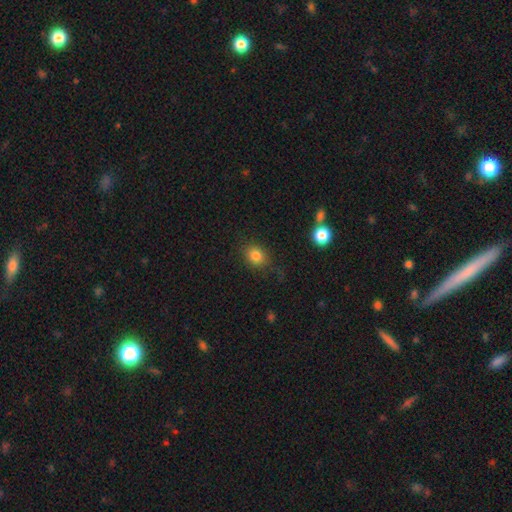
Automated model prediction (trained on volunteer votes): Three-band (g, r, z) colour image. It shows a smooth galaxy with no disk features (82%) that is round (61%). Merging: none (79%).